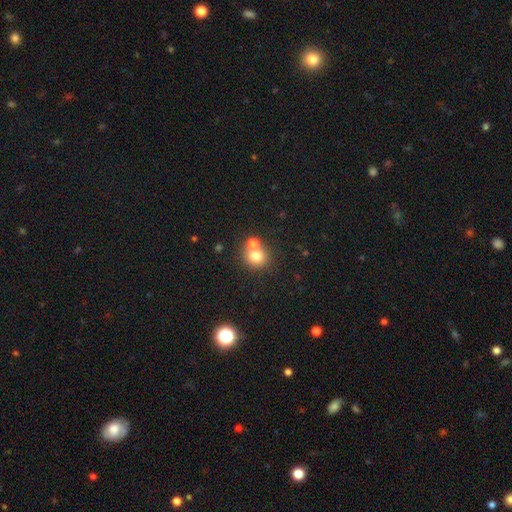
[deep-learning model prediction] Smooth or featured? Predicted: smooth (p=0.76). How rounded? Predicted: round (p=0.81). Merging? Predicted: none (p=0.50).